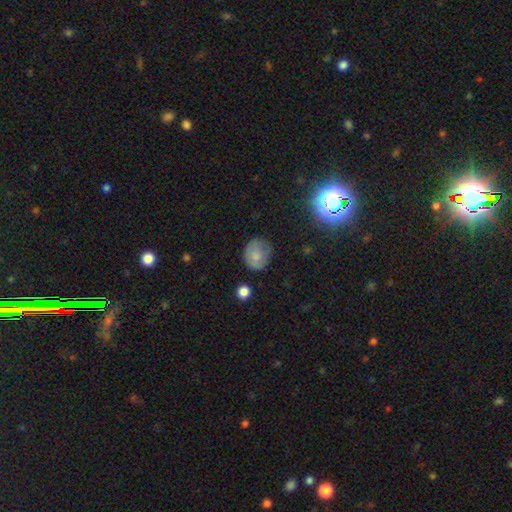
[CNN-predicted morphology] type=smooth (74%); roundness=round (70%); merging=none (68%).